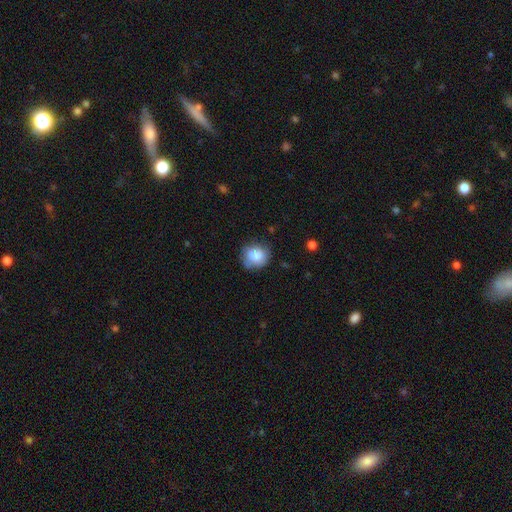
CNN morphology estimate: Smooth or featured? Predicted: smooth (p=0.81). How rounded? Predicted: round (p=0.82). Merging? Predicted: none (p=0.64).